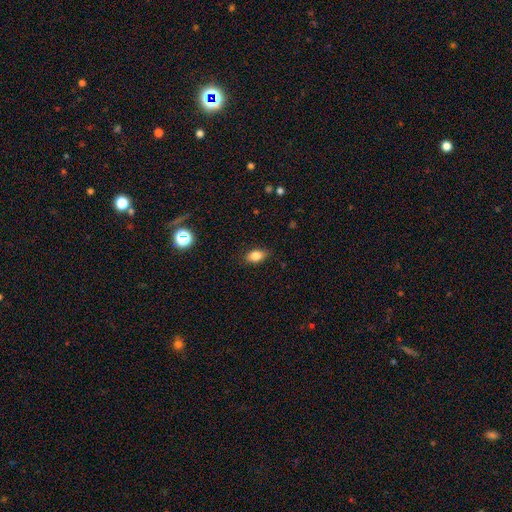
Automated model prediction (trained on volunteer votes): Morphology: type=smooth (83%); roundness=in between (83%); merging=none (85%).